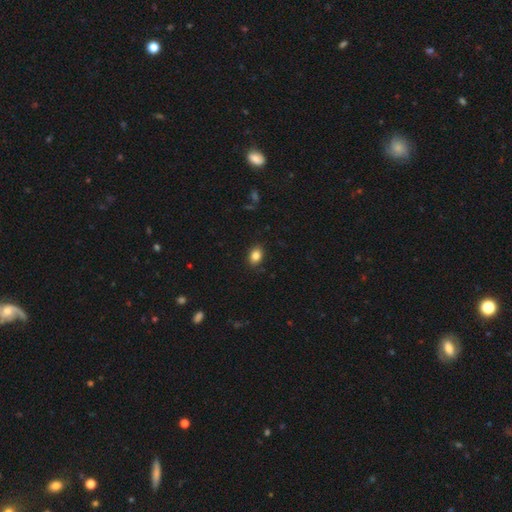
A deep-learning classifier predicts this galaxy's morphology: A smooth galaxy with no disk features (85%) that is in between round and cigar-shaped (72%).

Vote fractions:
- Smooth or featured? smooth: 85% / star or artifact: 9% / featured or disk: 6%
- How rounded? in between: 72% / round: 27% / cigar-shaped: 1%
- Merging? none: 88% / minor disturbance: 9% / major disturbance: 2% / merger: 1%